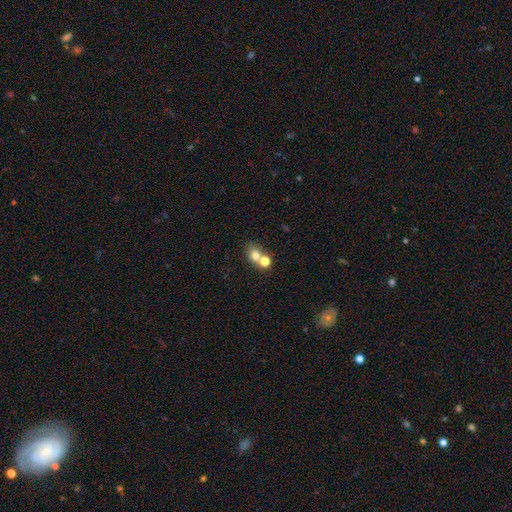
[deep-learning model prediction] smooth-or-featured: smooth: 72% | featured or disk: 15% | star or artifact: 13%
  how-rounded: in between: 50% | round: 49% | cigar-shaped: 1%
  merging: merger: 46% | none: 42% | minor disturbance: 8% | major disturbance: 4%